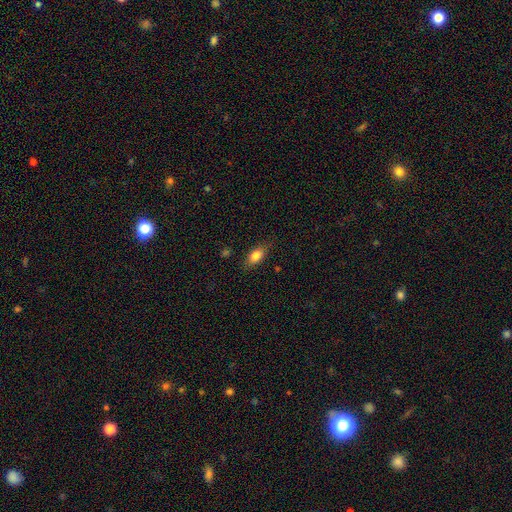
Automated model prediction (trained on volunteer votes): This appears to be a smooth galaxy with no disk features (80%) that is in between round and cigar-shaped (83%). Merging: none (80%).